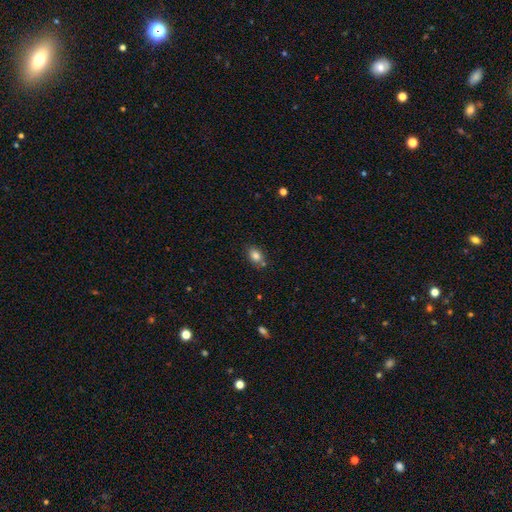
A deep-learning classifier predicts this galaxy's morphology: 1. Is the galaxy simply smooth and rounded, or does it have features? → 82% smooth, 10% star or artifact, 7% featured or disk.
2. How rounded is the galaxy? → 74% in between, 25% round, 1% cigar-shaped.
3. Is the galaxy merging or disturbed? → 72% none, 15% minor disturbance, 9% merger, 4% major disturbance.